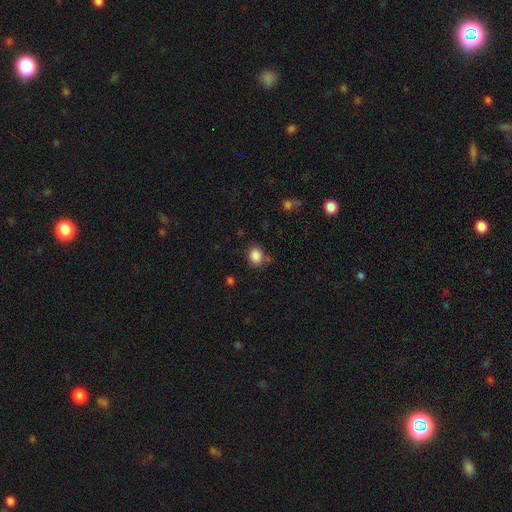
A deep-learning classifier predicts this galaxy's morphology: A smooth galaxy with no disk features (86%) that is round (55%).

Vote fractions:
- Smooth or featured? smooth: 86% / star or artifact: 10% / featured or disk: 4%
- How rounded? round: 55% / in between: 44% / cigar-shaped: 1%
- Merging? none: 74% / minor disturbance: 16% / merger: 6% / major disturbance: 5%